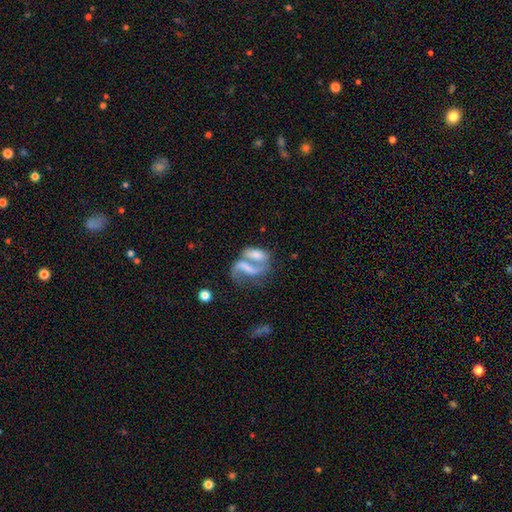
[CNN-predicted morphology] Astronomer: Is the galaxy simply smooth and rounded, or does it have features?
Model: featured or disk — 53% (runner-up: smooth, 35%).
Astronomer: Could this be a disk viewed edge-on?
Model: no — 93%.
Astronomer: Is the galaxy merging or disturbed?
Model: merger — 58%.